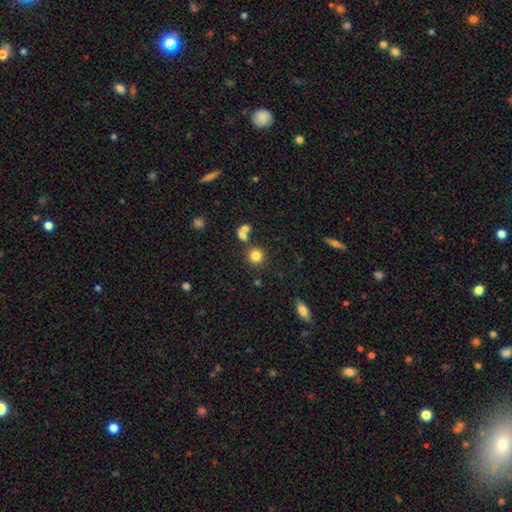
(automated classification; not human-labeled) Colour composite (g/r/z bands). It shows a smooth galaxy with no disk features (81%) that is round (91%). Merging: none (77%).